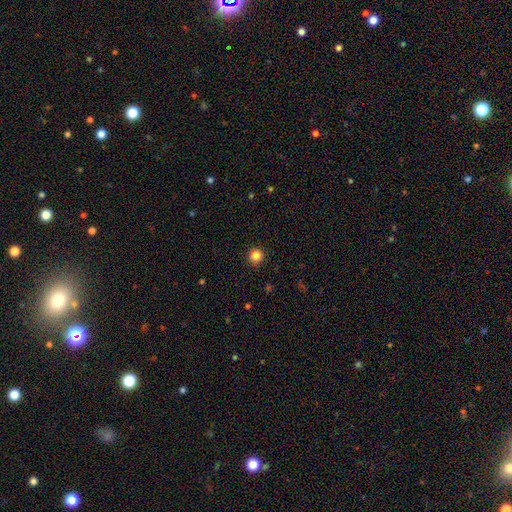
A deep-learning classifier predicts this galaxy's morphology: smooth-or-featured: smooth: 85% | star or artifact: 11% | featured or disk: 4%
  how-rounded: round: 96% | in between: 3% | cigar-shaped: 1%
  merging: none: 92% | minor disturbance: 5% | major disturbance: 2% | merger: 1%